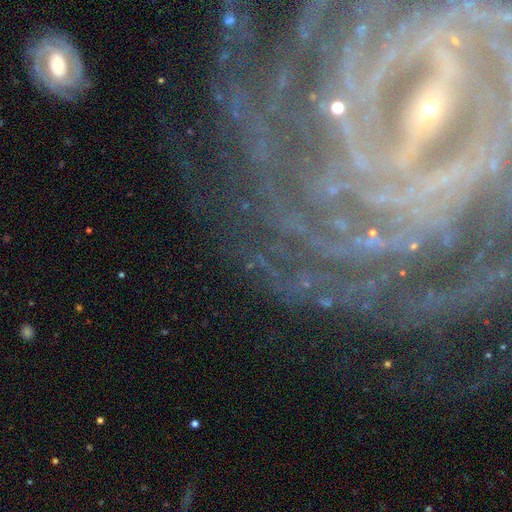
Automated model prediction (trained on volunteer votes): Smooth or featured?
  - featured or disk: 82% *
  - star or artifact: 12%
  - smooth: 6%
Edge-on disk?
  - no: 95% *
  - yes: 5%
Bar?
  - strong: 56% *
  - weak: 24%
  - no: 20%
Spiral arms?
  - yes: 96% *
  - no: 4%
Spiral winding?
  - tight: 77% *
  - medium: 18%
  - loose: 5%
Spiral arm count?
  - can't tell: 23% *
  - more than 4: 22%
  - 4: 17%
  - 3: 14%
  - 2: 14%
  - 1: 10%
Bulge size?
  - small: 81% *
  - moderate: 12%
  - none: 4%
  - large: 2%
  - dominant: 2%
Merging?
  - none: 74% *
  - minor disturbance: 13%
  - major disturbance: 10%
  - merger: 2%